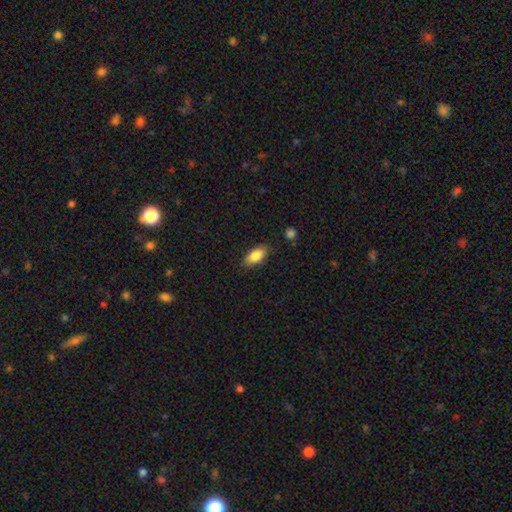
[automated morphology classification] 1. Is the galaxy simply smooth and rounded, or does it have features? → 84% smooth, 9% featured or disk, 7% star or artifact.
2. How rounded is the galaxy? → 89% in between, 8% cigar-shaped, 4% round.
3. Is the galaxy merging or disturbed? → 84% none, 12% minor disturbance, 2% major disturbance, 2% merger.